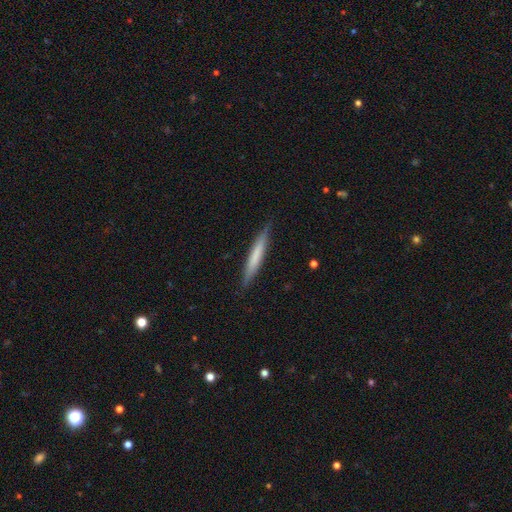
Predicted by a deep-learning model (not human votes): smooth 61%, featured or disk 34%, star or artifact 5%. Down the decision tree: how rounded — cigar-shaped (95%); merging — none (87%).